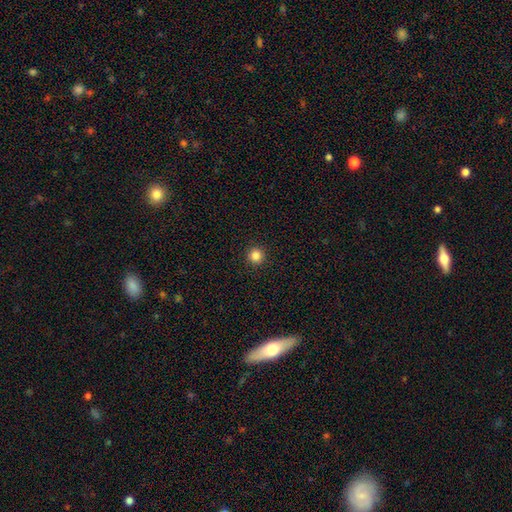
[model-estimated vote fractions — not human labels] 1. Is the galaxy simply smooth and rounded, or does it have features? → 84% smooth, 12% star or artifact, 4% featured or disk.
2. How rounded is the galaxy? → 95% round, 4% in between, 1% cigar-shaped.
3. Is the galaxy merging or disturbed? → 93% none, 4% minor disturbance, 2% major disturbance, 1% merger.